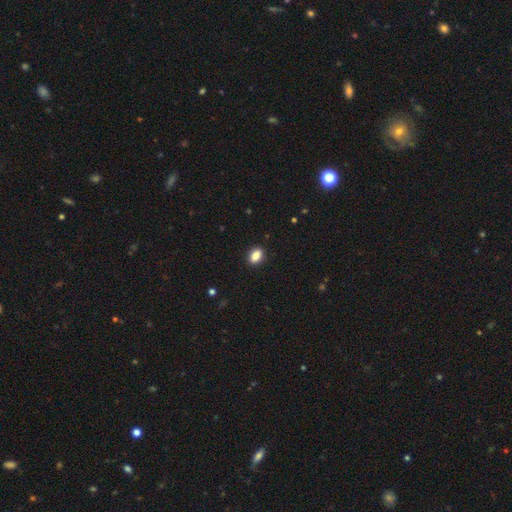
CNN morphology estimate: smooth 86%, star or artifact 9%, featured or disk 5%. Down the decision tree: how rounded — in between (78%); merging — none (91%).